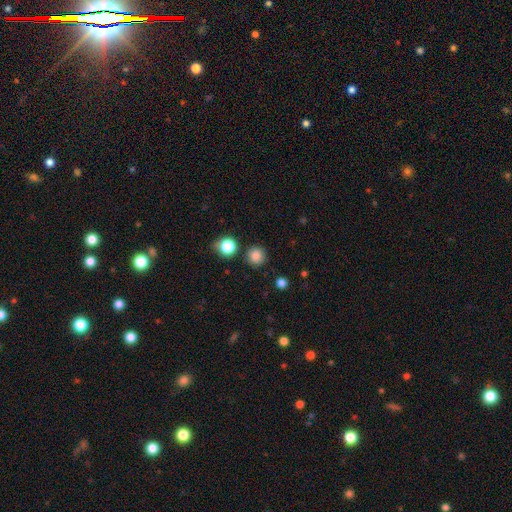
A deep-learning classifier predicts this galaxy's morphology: smooth-or-featured: smooth: 83% | star or artifact: 12% | featured or disk: 4%
  how-rounded: round: 94% | in between: 5% | cigar-shaped: 1%
  merging: none: 86% | minor disturbance: 8% | merger: 3% | major disturbance: 3%